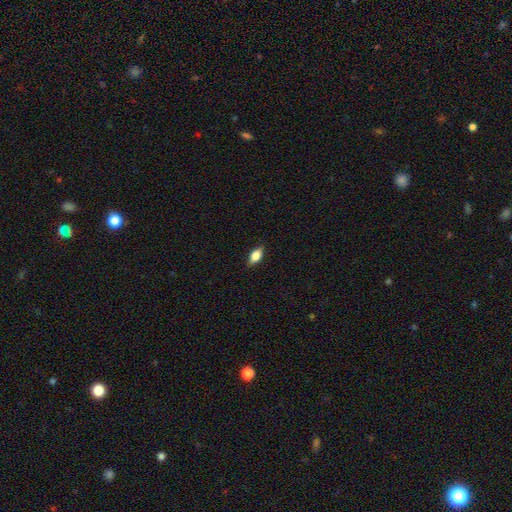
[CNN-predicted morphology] Q: Smooth or featured?
A: smooth (60%); runner-up: featured or disk (32%)
Q: How rounded?
A: in between (80%); runner-up: cigar-shaped (14%)
Q: Merging?
A: none (86%); runner-up: minor disturbance (11%)